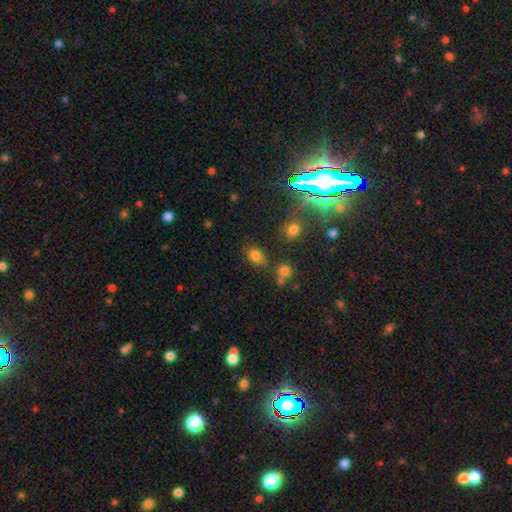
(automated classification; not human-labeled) Q: Smooth or featured?
A: smooth (77%); runner-up: star or artifact (15%)
Q: How rounded?
A: in between (66%); runner-up: round (32%)
Q: Merging?
A: none (70%); runner-up: minor disturbance (16%)